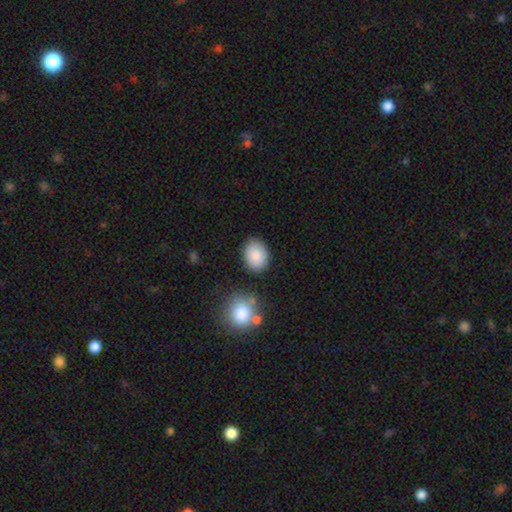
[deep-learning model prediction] Overall: smooth (87%). How rounded: in between (63%; round 36%). Merging: none (81%).